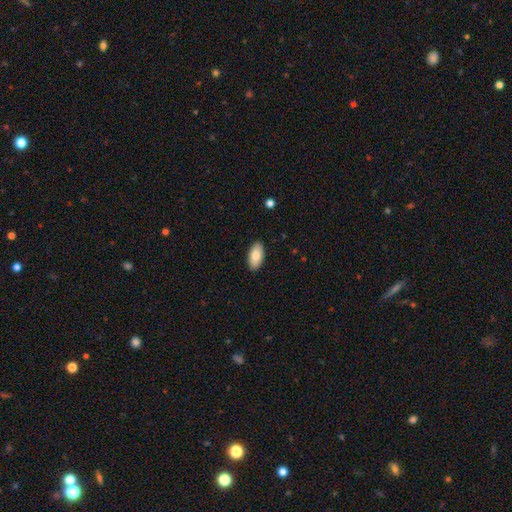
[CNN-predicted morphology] The model was most divided on "smooth or featured": smooth: 82%, featured or disk: 11%, star or artifact: 6%. More confident: how rounded — in between (94%); merging — none (89%).